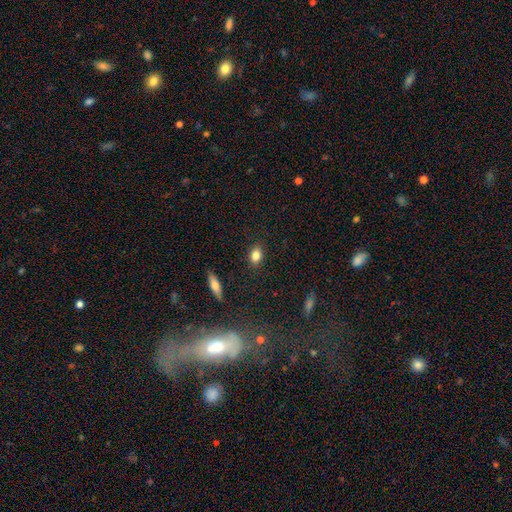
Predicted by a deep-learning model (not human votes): Smooth or featured? smooth (82%)
How rounded? in between (72%)
Merging? none (88%)